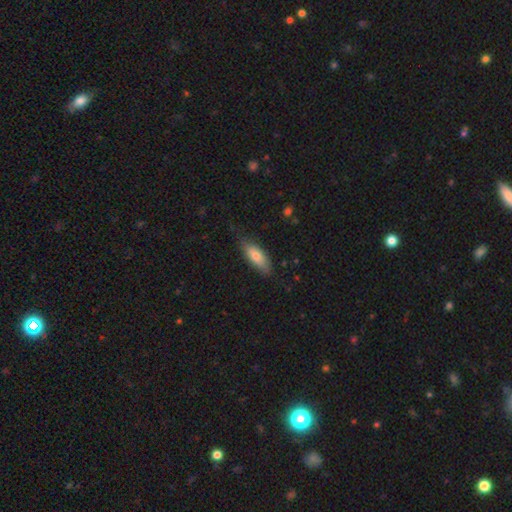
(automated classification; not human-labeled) A smooth galaxy with no disk features (77%) that is in between round and cigar-shaped (71%). Merging: none (70%).